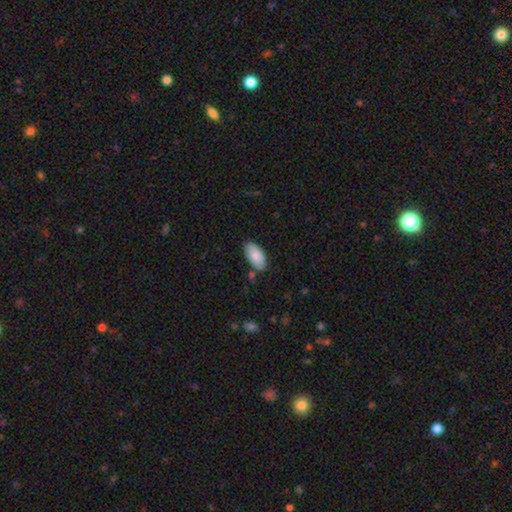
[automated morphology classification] Smooth or featured: smooth — 84% (featured or disk — 9%)
How rounded: in between — 95% (cigar-shaped — 3%)
Merging: none — 78% (minor disturbance — 16%)